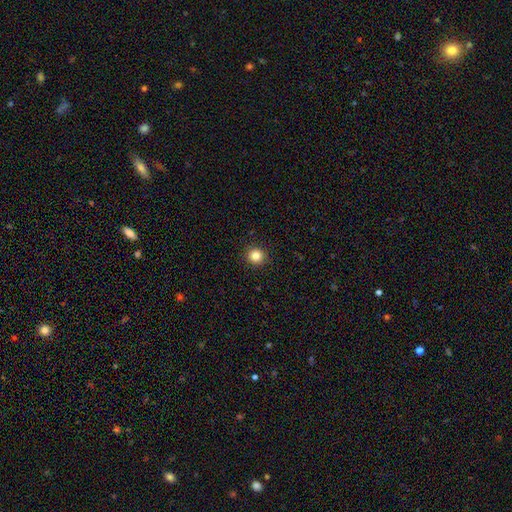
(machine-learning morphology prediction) Smooth or featured? Predicted: smooth (p=0.84). How rounded? Predicted: round (p=0.93). Merging? Predicted: none (p=0.93).